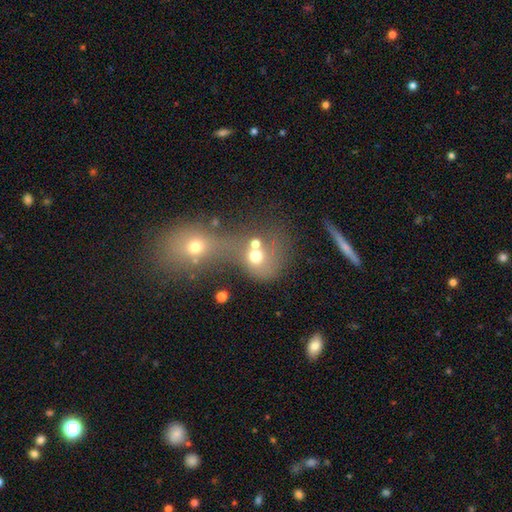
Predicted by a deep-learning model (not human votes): smooth-or-featured: smooth: 64% | featured or disk: 20% | star or artifact: 16%
  how-rounded: round: 73% | in between: 26% | cigar-shaped: 1%
  merging: merger: 65% | none: 21% | major disturbance: 9% | minor disturbance: 6%